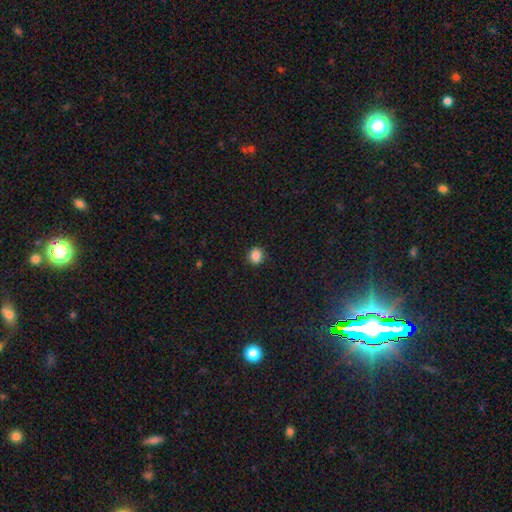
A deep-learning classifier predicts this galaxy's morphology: Overall: smooth (86%). How rounded: round (81%). Merging: none (90%).